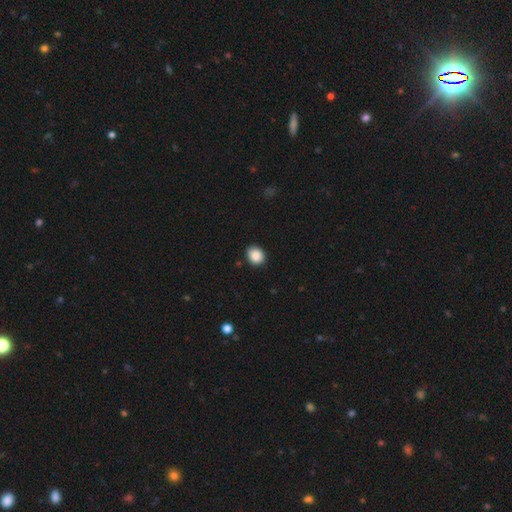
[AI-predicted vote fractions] smooth 89%, star or artifact 8%, featured or disk 3%. Down the decision tree: how rounded — round (60%); merging — none (88%).